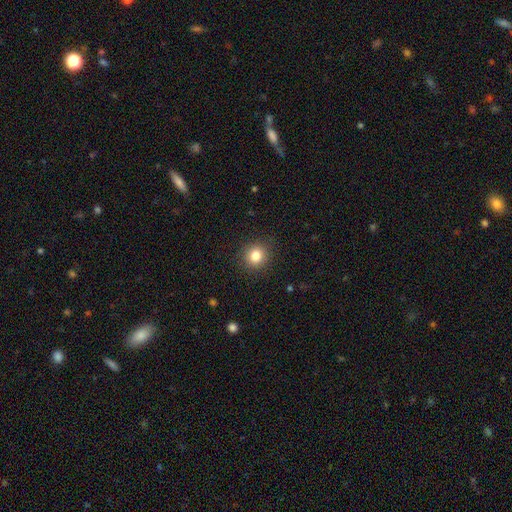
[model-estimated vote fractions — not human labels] smooth-or-featured: smooth: 82% | star or artifact: 11% | featured or disk: 7%
  how-rounded: round: 89% | in between: 10% | cigar-shaped: 1%
  merging: none: 90% | minor disturbance: 7% | major disturbance: 2% | merger: 1%